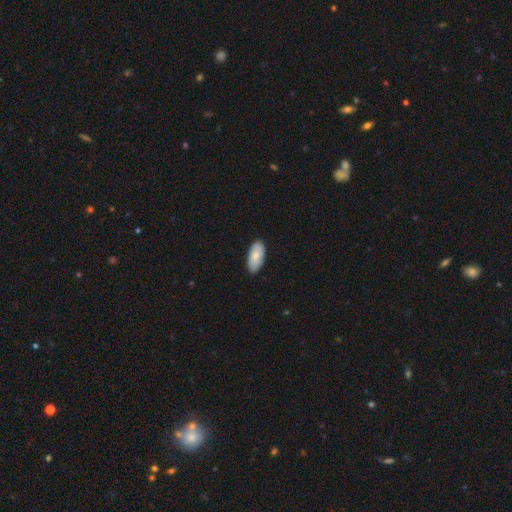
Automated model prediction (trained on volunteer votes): This is likely a smooth galaxy (78%). How rounded: clearly in between (93%). Merging: clearly none (85%).